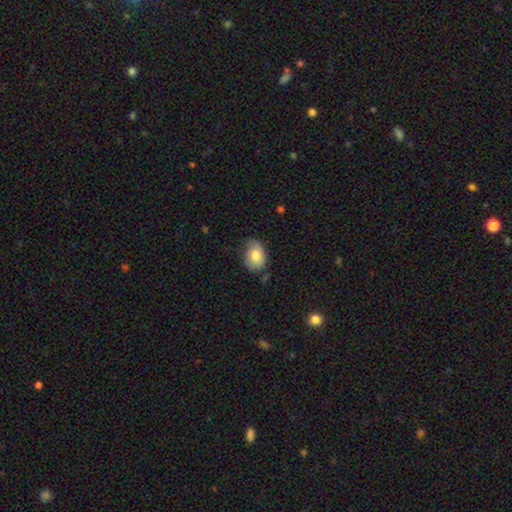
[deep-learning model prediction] This appears to be a smooth galaxy with no disk features (76%) that is in between round and cigar-shaped (67%). Merging: none (54%).